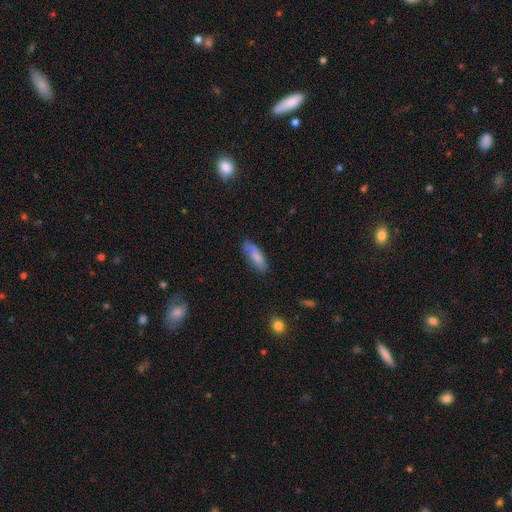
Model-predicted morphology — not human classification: Smooth or featured? Predicted: smooth (p=0.82). How rounded? Predicted: in between (p=0.55). Merging? Predicted: none (p=0.74).